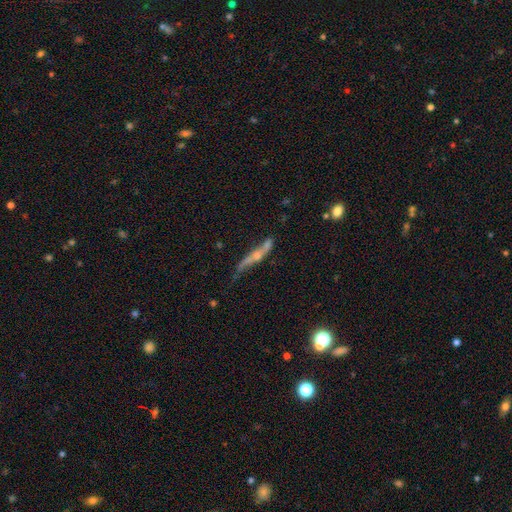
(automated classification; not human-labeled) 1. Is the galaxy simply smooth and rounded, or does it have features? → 60% featured or disk, 31% smooth, 9% star or artifact.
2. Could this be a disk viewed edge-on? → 60% yes, 40% no.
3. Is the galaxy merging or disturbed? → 44% none, 26% minor disturbance, 17% major disturbance, 13% merger.